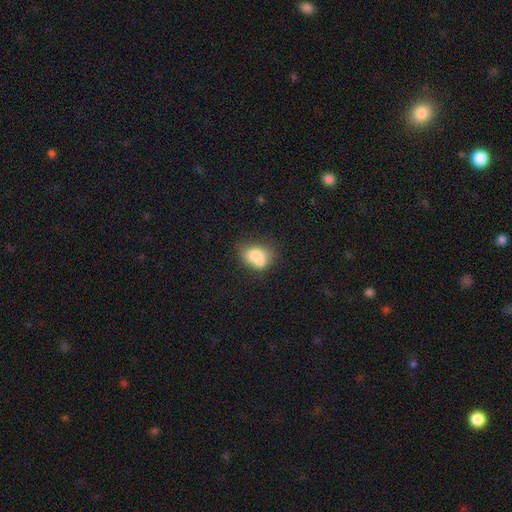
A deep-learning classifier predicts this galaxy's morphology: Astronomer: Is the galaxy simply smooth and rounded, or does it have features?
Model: smooth — 72%.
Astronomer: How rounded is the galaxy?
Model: in between — 66%.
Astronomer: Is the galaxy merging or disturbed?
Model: merger — 42% (runner-up: none, 33%).